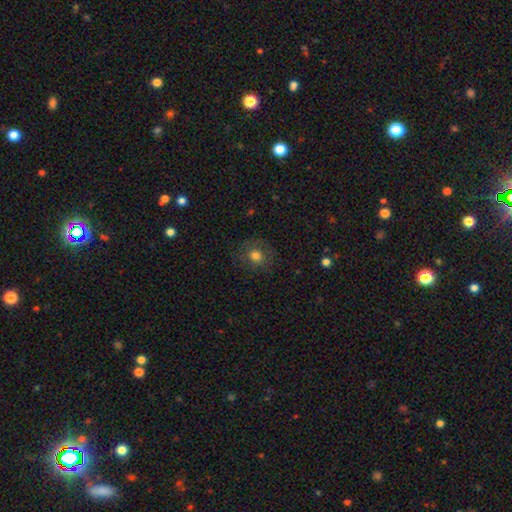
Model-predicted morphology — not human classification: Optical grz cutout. It shows a smooth galaxy with no disk features (71%) that is round (79%). Merging: none (79%).